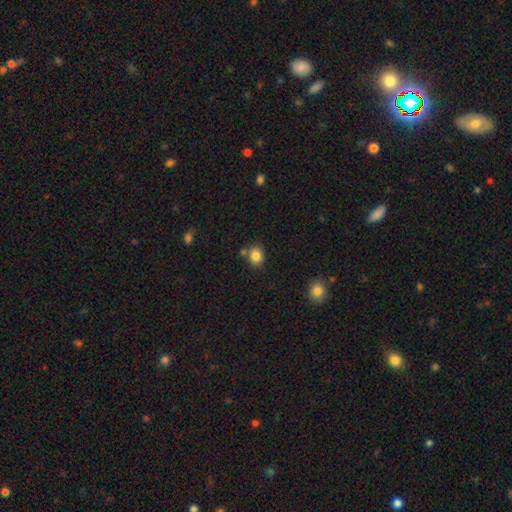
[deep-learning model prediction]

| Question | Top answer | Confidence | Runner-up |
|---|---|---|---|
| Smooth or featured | smooth | 84% | star or artifact (10%) |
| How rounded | round | 57% | in between (42%) |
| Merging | none | 74% | merger (12%) |